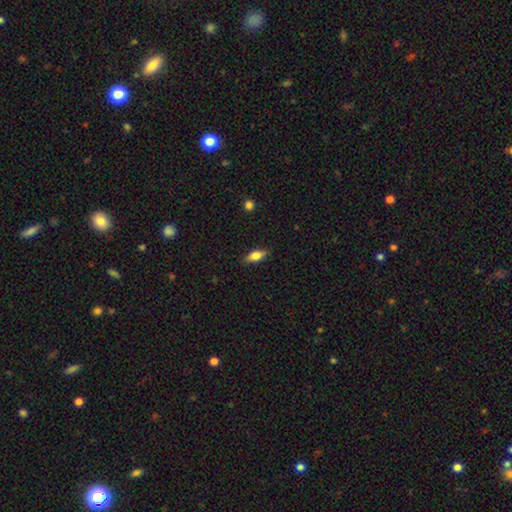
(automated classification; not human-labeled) Smooth or featured? smooth (69%)
How rounded? in between (75%)
Merging? none (86%)